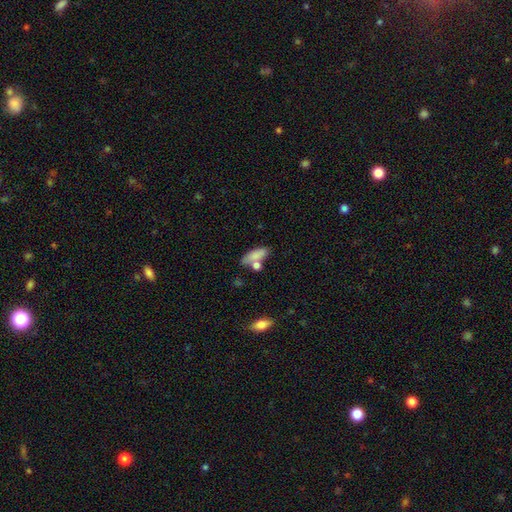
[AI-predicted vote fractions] This is likely a smooth galaxy (79%). How rounded: likely in between (69%). Merging: possibly none (50%).